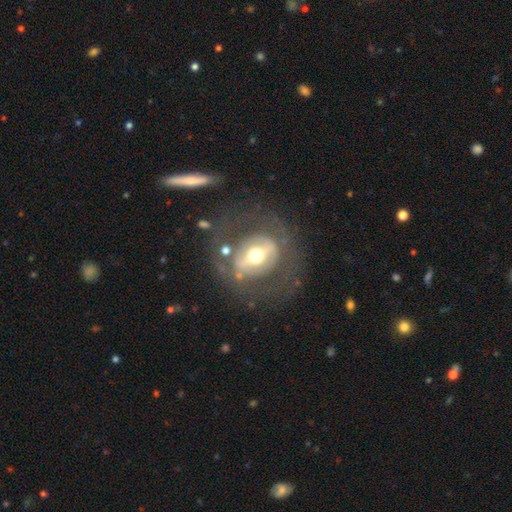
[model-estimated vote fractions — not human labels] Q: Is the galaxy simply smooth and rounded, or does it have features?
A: featured or disk — 68%.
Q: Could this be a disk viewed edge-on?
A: no — 91%.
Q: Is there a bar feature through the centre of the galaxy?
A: strong — 53%.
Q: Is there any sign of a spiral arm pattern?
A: no — 72%.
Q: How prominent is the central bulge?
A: moderate — 69%.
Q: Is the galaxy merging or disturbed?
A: none — 68%.